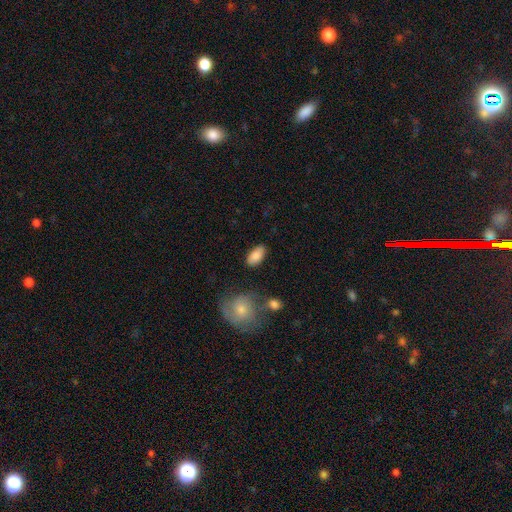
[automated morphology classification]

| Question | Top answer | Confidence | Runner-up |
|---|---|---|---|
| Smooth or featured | smooth | 86% | featured or disk (8%) |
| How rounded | in between | 93% | cigar-shaped (4%) |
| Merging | none | 84% | minor disturbance (11%) |